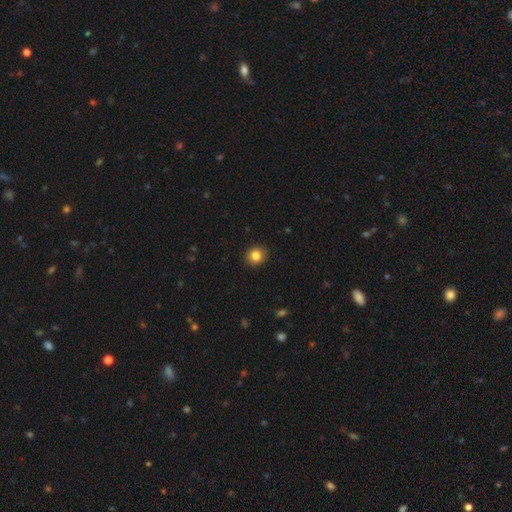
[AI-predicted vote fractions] Smooth or featured? smooth (84%)
How rounded? round (83%)
Merging? none (90%)